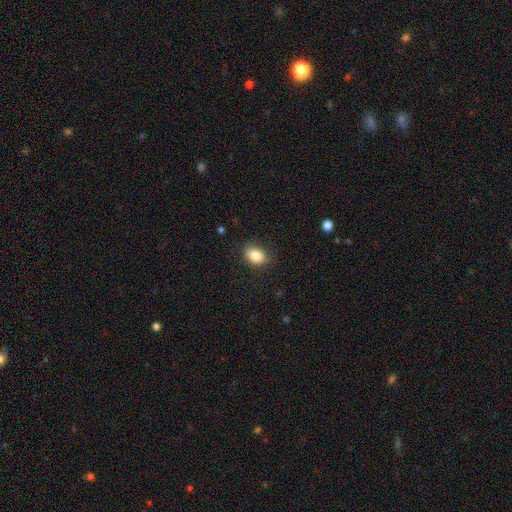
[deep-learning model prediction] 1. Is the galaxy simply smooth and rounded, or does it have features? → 85% smooth, 9% star or artifact, 7% featured or disk.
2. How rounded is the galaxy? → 80% in between, 19% round, 1% cigar-shaped.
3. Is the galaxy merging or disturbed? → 83% none, 13% minor disturbance, 3% major disturbance, 1% merger.